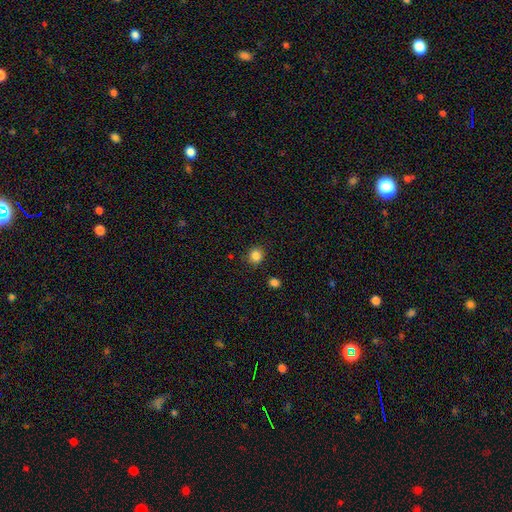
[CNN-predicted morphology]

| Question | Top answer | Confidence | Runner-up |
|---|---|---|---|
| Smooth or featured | smooth | 85% | star or artifact (11%) |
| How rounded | round | 82% | in between (18%) |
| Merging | none | 86% | minor disturbance (9%) |